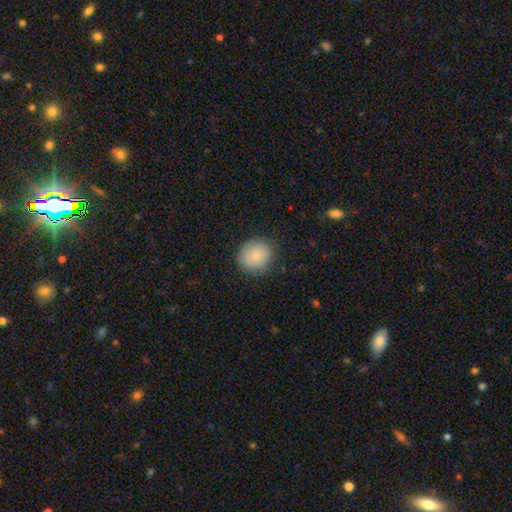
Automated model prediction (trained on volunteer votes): smooth-or-featured: smooth: 82% | featured or disk: 9% | star or artifact: 9%
  how-rounded: round: 84% | in between: 15% | cigar-shaped: 1%
  merging: none: 85% | minor disturbance: 11% | major disturbance: 3% | merger: 1%